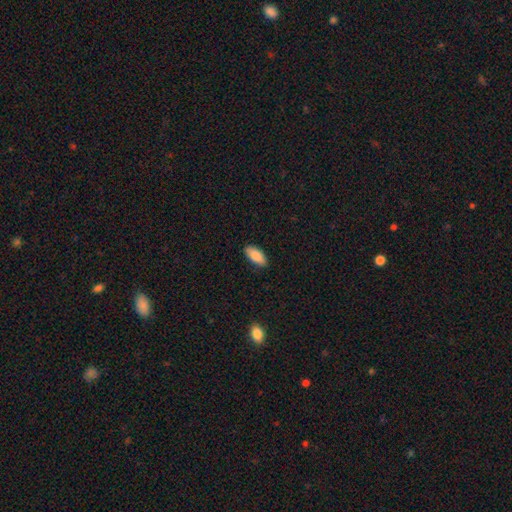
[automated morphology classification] Smooth or featured? Predicted: smooth (p=0.86). How rounded? Predicted: in between (p=0.87). Merging? Predicted: none (p=0.88).